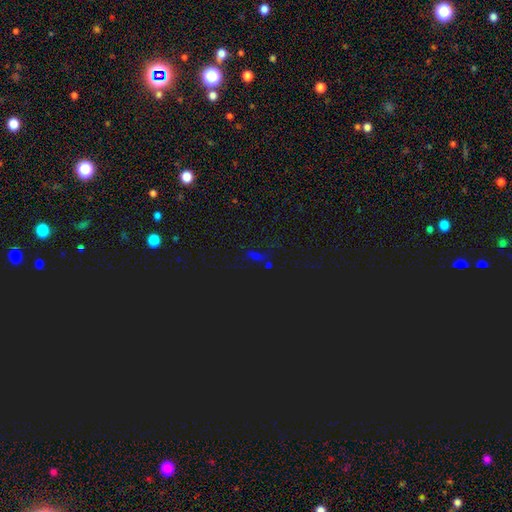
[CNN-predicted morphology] smooth-or-featured: star or artifact: 59% | smooth: 32% | featured or disk: 9%